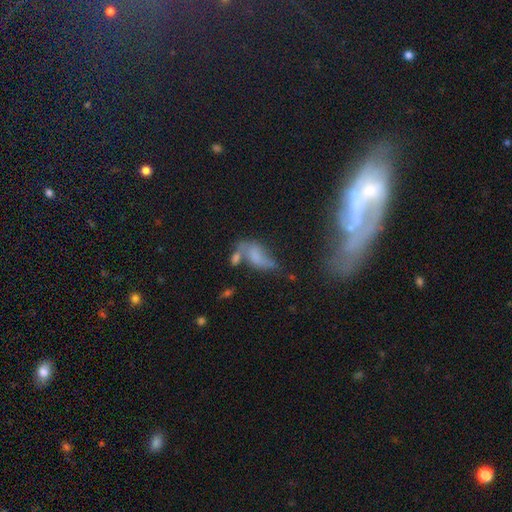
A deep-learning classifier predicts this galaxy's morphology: Smooth or featured: smooth — 50% (featured or disk — 36%)
Merging: merger — 29% (none — 26%)